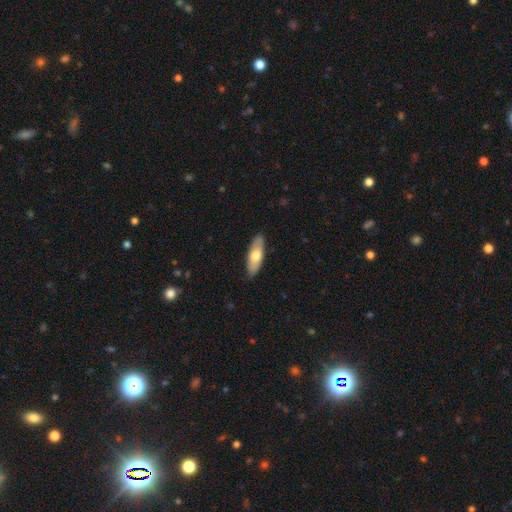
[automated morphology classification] Q: Smooth or featured?
A: smooth (65%); runner-up: featured or disk (30%)
Q: How rounded?
A: in between (61%); runner-up: cigar-shaped (37%)
Q: Merging?
A: none (87%); runner-up: minor disturbance (10%)